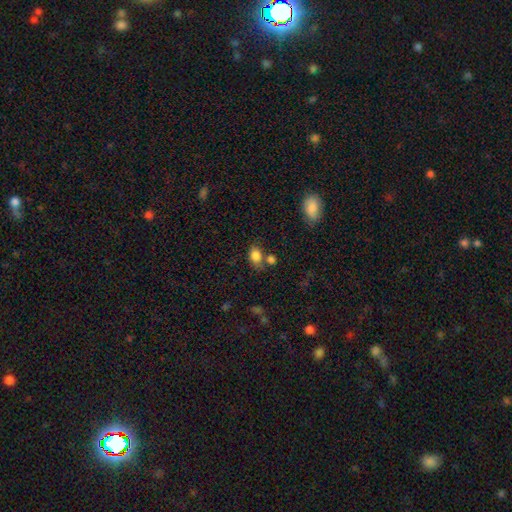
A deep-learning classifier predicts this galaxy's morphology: Smooth or featured?
  - smooth: 83% *
  - star or artifact: 10%
  - featured or disk: 7%
How rounded?
  - in between: 80% *
  - round: 19%
  - cigar-shaped: 2%
Merging?
  - none: 53% *
  - merger: 22%
  - minor disturbance: 18%
  - major disturbance: 7%